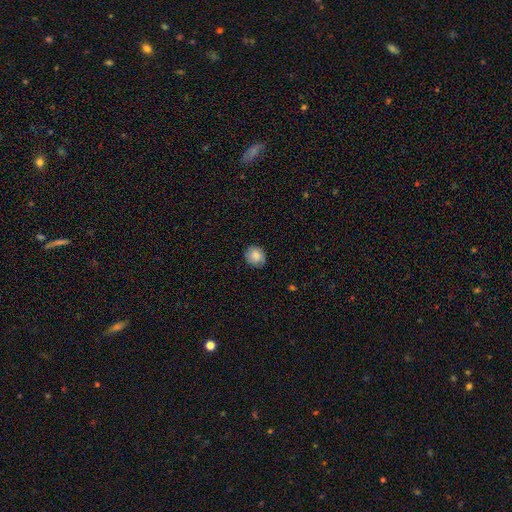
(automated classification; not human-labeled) smooth_or_featured: smooth (p=0.84) [alt: star or artifact p=0.08]
how_rounded: round (p=0.83) [alt: in between p=0.16]
merging: none (p=0.83) [alt: minor disturbance p=0.13]